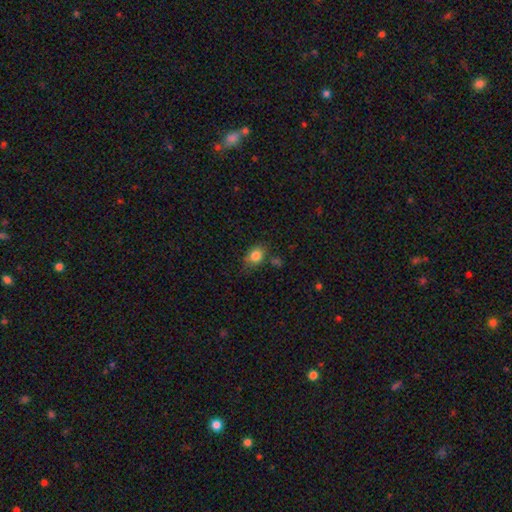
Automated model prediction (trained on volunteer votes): A smooth galaxy with no disk features (83%) that is in between round and cigar-shaped (54%).

Vote fractions:
- Smooth or featured? smooth: 83% / star or artifact: 10% / featured or disk: 7%
- How rounded? in between: 54% / round: 45% / cigar-shaped: 2%
- Merging? none: 69% / minor disturbance: 21% / major disturbance: 5% / merger: 5%